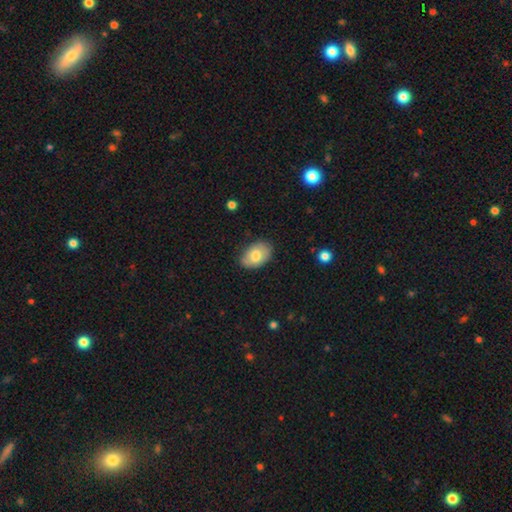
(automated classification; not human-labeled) smooth-or-featured: smooth: 73% | featured or disk: 20% | star or artifact: 7%
  how-rounded: in between: 89% | round: 10% | cigar-shaped: 1%
  merging: none: 78% | minor disturbance: 18% | major disturbance: 3% | merger: 1%